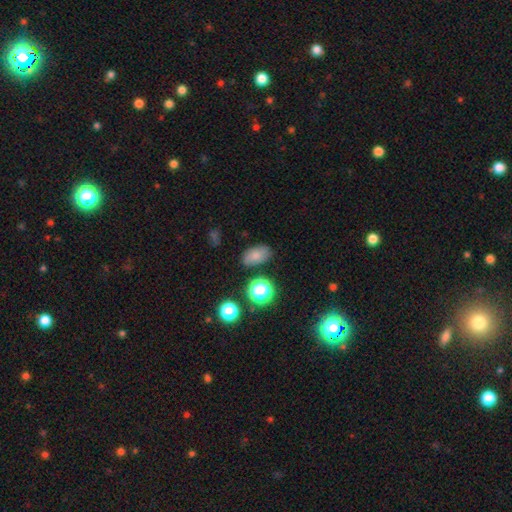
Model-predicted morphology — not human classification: type=smooth (76%); roundness=in between (86%); merging=none (77%).